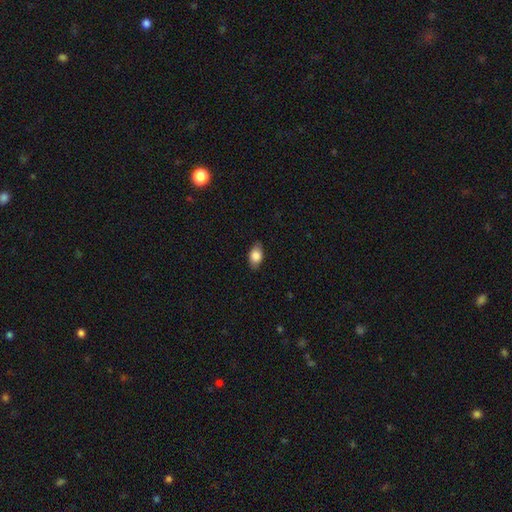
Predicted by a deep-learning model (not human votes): Overall: smooth (83%). How rounded: in between (89%). Merging: none (84%).